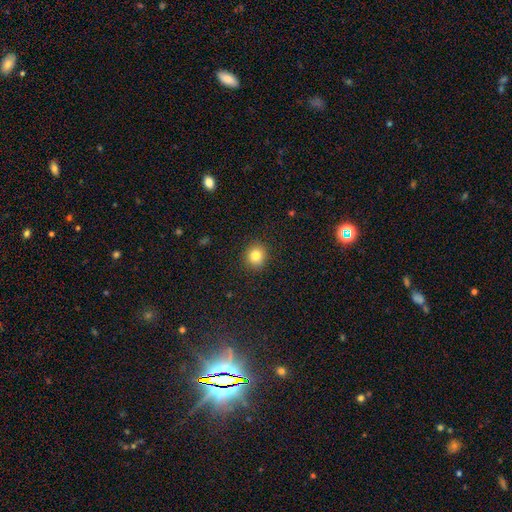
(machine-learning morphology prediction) smooth_or_featured: smooth (p=0.82) [alt: star or artifact p=0.11]
how_rounded: round (p=0.85) [alt: in between p=0.14]
merging: none (p=0.91) [alt: minor disturbance p=0.06]